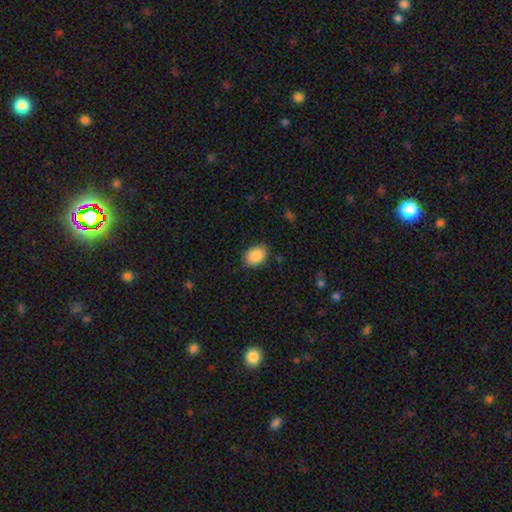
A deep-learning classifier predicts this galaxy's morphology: Smooth or featured? smooth (88%)
How rounded? in between (73%)
Merging? none (83%)